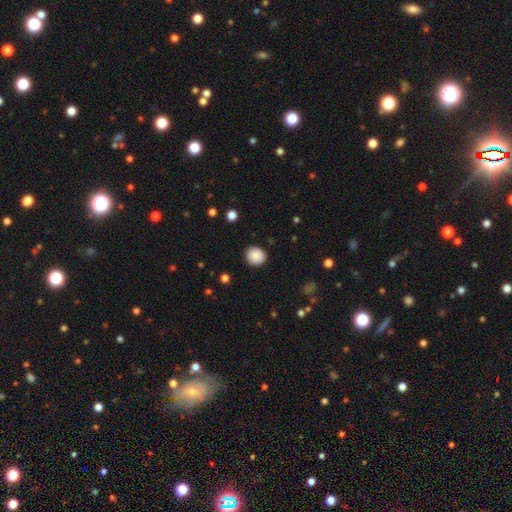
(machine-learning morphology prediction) smooth-or-featured: smooth: 89% | star or artifact: 8% | featured or disk: 3%
  how-rounded: round: 86% | in between: 13% | cigar-shaped: 1%
  merging: none: 90% | minor disturbance: 7% | major disturbance: 2% | merger: 1%